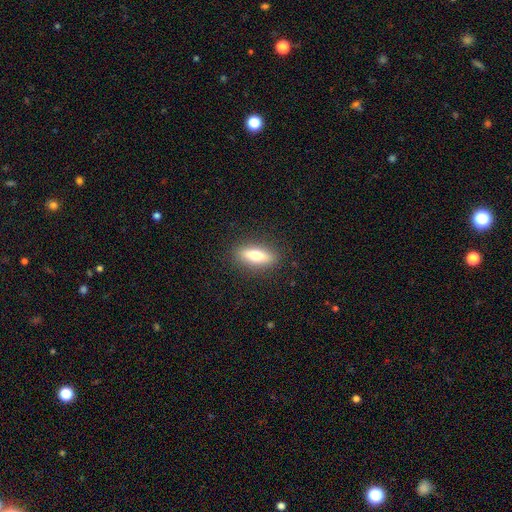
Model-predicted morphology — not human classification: A smooth galaxy with no disk features (64%) that is in between round and cigar-shaped (58%). Merging: none (88%).